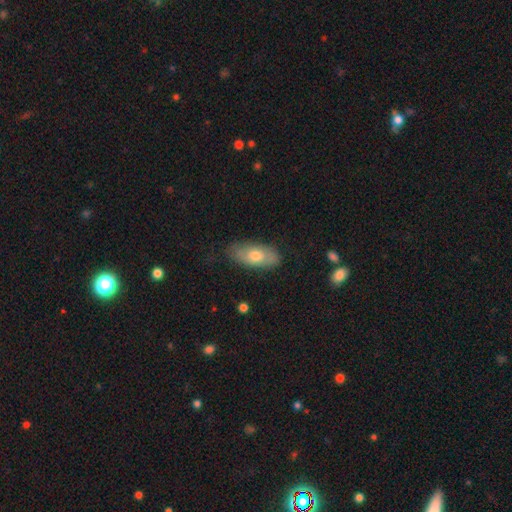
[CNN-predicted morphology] Overall: smooth (65%; featured or disk 29%). How rounded: in between (85%). Merging: none (76%).